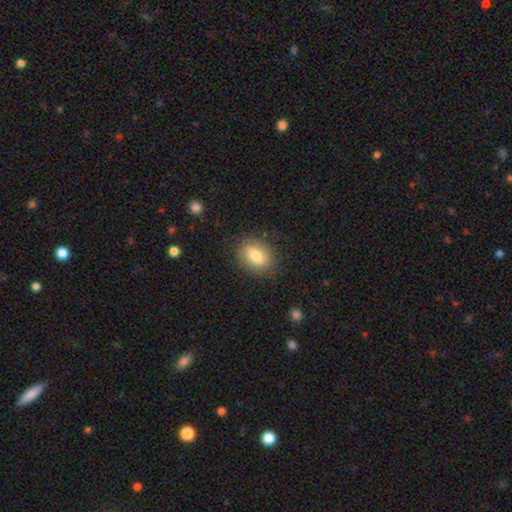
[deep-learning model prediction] This appears to be a smooth galaxy with no disk features (79%) that is in between round and cigar-shaped (71%). Merging: none (84%).